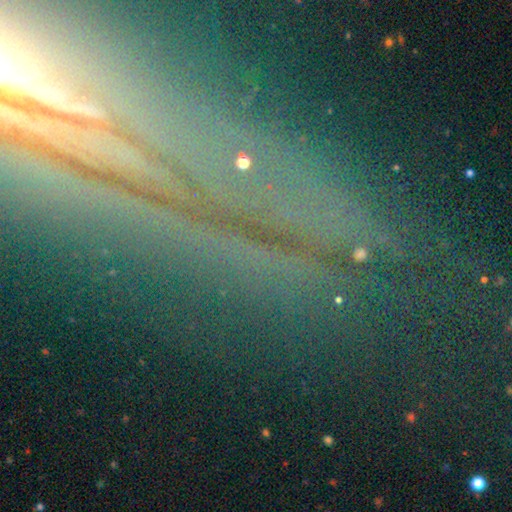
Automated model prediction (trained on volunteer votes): Smooth or featured?
  - star or artifact: 70% *
  - featured or disk: 17%
  - smooth: 13%